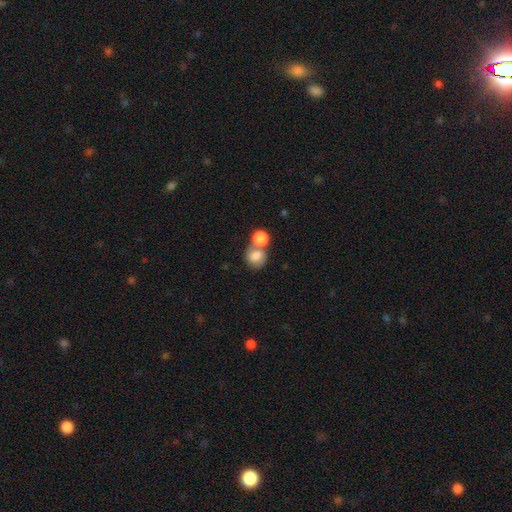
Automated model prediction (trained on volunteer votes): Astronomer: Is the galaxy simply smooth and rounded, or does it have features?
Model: smooth — 73%.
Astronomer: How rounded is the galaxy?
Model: round — 75%.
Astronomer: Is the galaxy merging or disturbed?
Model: merger — 55% (runner-up: none, 31%).